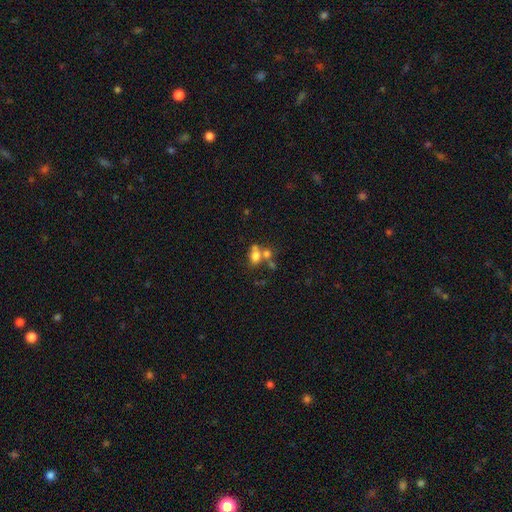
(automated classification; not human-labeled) Smooth or featured? Predicted: smooth (p=0.69). How rounded? Predicted: in between (p=0.65). Merging? Predicted: merger (p=0.49).